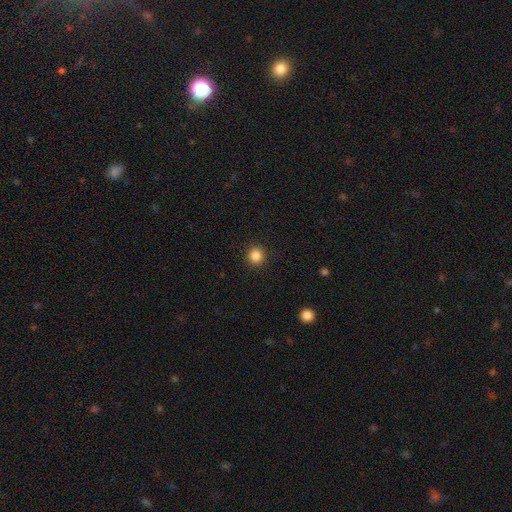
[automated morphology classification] This is clearly a smooth galaxy (85%). How rounded: clearly round (93%). Merging: clearly none (92%).